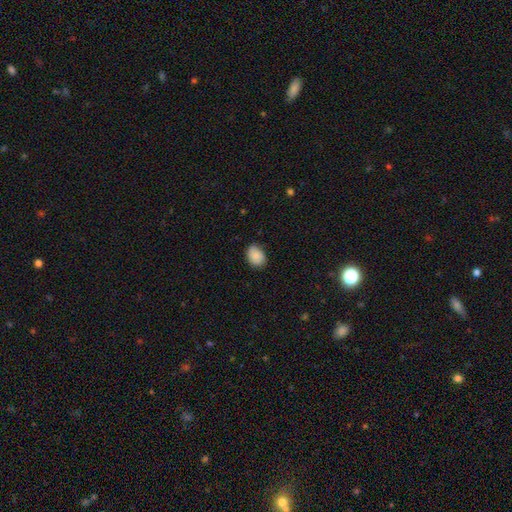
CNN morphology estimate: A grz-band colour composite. It shows a smooth galaxy with no disk features (87%) that is in between round and cigar-shaped (65%). Merging: none (73%).